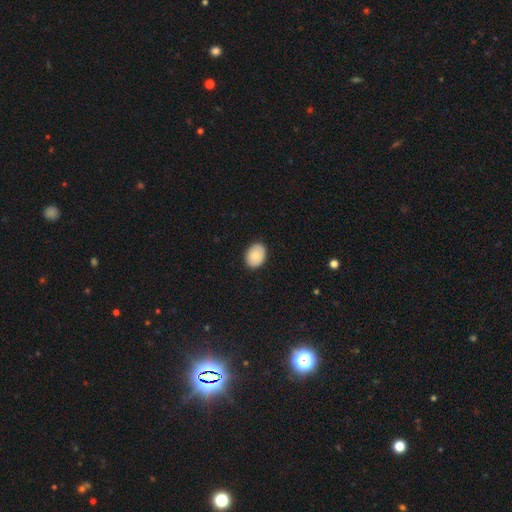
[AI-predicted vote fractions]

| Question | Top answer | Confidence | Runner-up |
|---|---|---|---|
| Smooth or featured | smooth | 86% | featured or disk (8%) |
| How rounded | in between | 69% | round (30%) |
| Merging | none | 89% | minor disturbance (8%) |